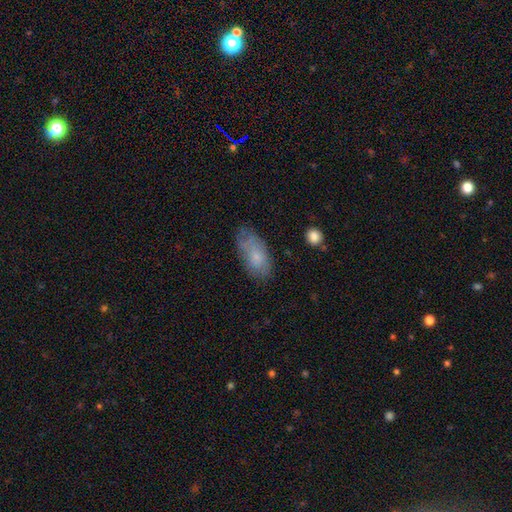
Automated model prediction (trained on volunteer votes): This appears to be a smooth galaxy with no disk features (72%) that is in between round and cigar-shaped (91%). Merging: none (65%).